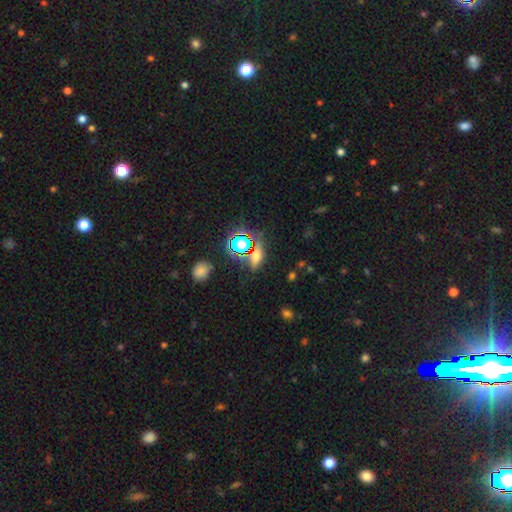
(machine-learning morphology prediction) Smooth or featured?
  - smooth: 43% *
  - star or artifact: 41%
  - featured or disk: 16%
Merging?
  - none: 74% *
  - minor disturbance: 12%
  - merger: 8%
  - major disturbance: 6%